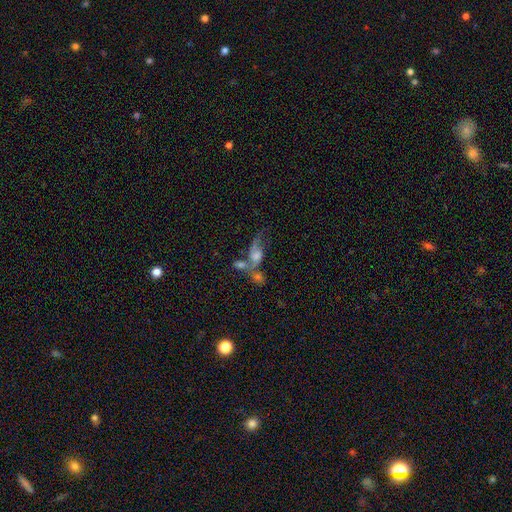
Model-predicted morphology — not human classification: This appears to be a featured or disk galaxy (54%). Merging: merger (52%).